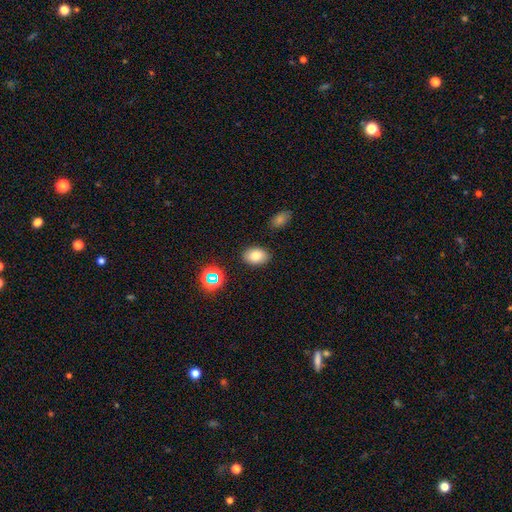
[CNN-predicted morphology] type=smooth (79%); roundness=in between (84%); merging=none (86%).